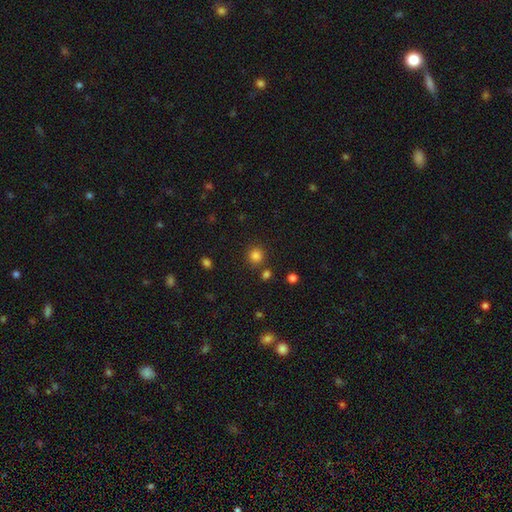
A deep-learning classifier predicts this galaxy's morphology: smooth 82%, star or artifact 13%, featured or disk 4%. Down the decision tree: how rounded — round (91%); merging — none (82%).